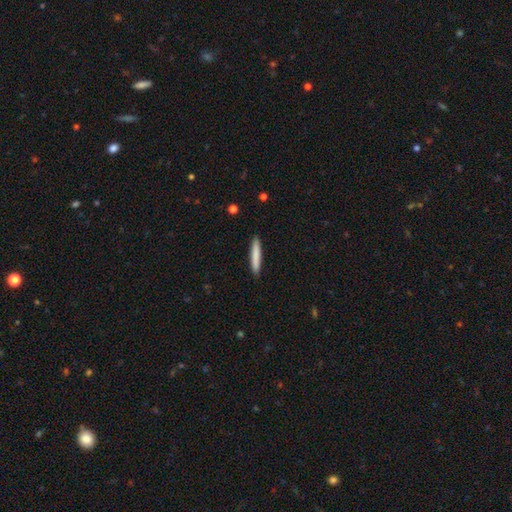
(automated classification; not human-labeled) The model was most divided on "smooth or featured": smooth: 81%, featured or disk: 14%, star or artifact: 5%. More confident: how rounded — cigar-shaped (93%); merging — none (91%).